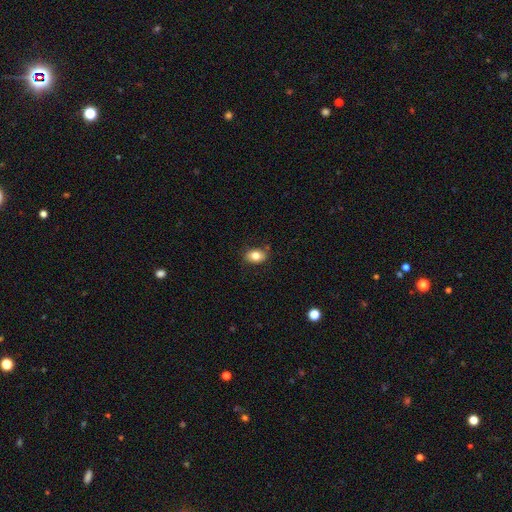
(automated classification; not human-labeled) A smooth galaxy with no disk features (80%) that is in between round and cigar-shaped (79%).

Vote fractions:
- Smooth or featured? smooth: 80% / featured or disk: 12% / star or artifact: 9%
- How rounded? in between: 79% / round: 20% / cigar-shaped: 1%
- Merging? none: 81% / minor disturbance: 14% / major disturbance: 3% / merger: 2%